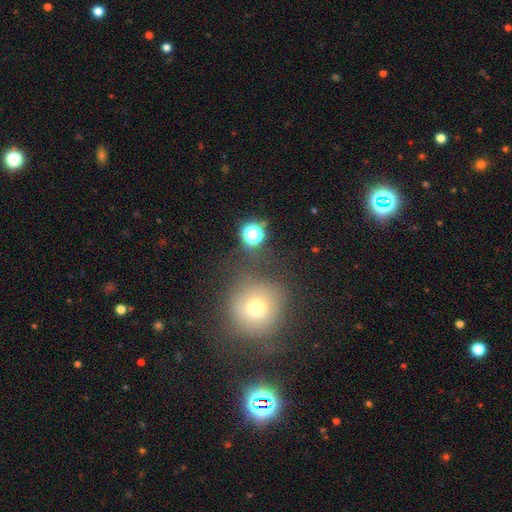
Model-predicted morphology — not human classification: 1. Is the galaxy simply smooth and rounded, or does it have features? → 44% smooth, 37% star or artifact, 20% featured or disk.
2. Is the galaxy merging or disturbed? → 78% none, 11% minor disturbance, 6% major disturbance, 5% merger.